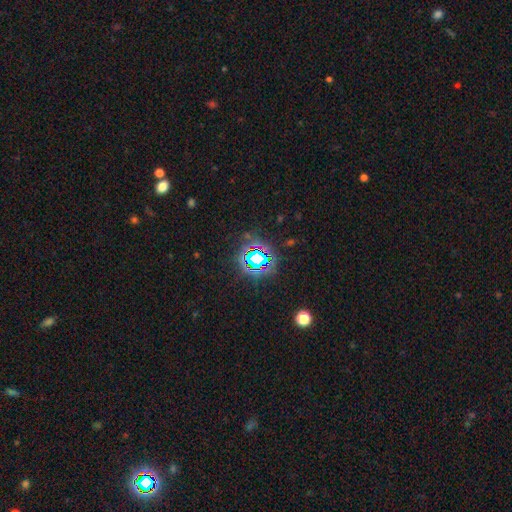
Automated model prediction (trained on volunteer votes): A star or artifact, not a galaxy (73%).